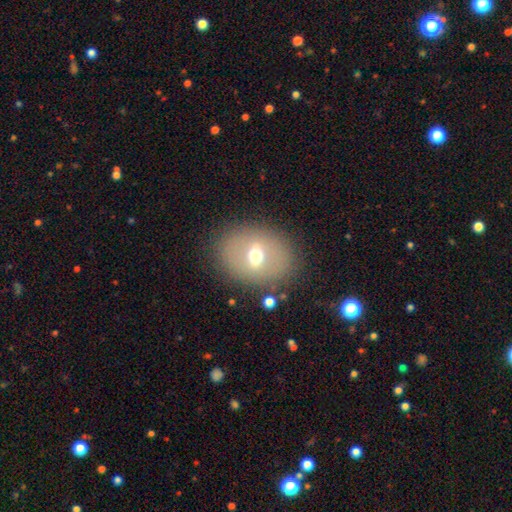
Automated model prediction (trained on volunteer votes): smooth 50%, featured or disk 39%, star or artifact 11%. Down the decision tree: how rounded — in between (55%); merging — none (82%).